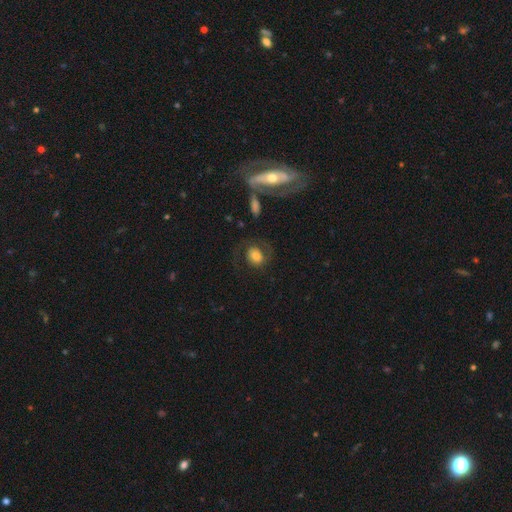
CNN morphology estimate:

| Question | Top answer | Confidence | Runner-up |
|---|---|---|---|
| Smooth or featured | smooth | 47% | featured or disk (44%) |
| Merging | none | 62% | major disturbance (19%) |